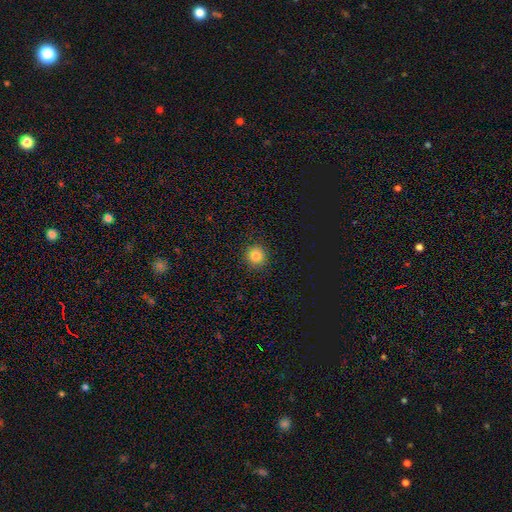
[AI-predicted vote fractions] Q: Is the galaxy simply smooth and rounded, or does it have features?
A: smooth — 83%.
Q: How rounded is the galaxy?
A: round — 94%.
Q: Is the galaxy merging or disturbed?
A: none — 91%.